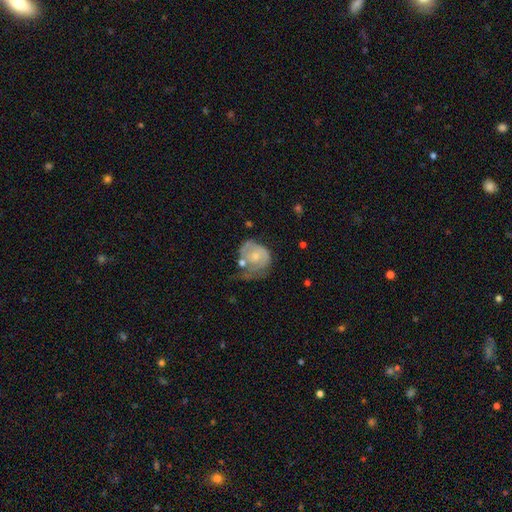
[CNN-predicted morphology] Overall: featured or disk (62%; smooth 32%). Edge-on disk: no (98%). Bar: no (76%). Spiral arms: yes (75%). Bulge size: small (49%; moderate 42%). Merging: major disturbance (36%; none 28%).